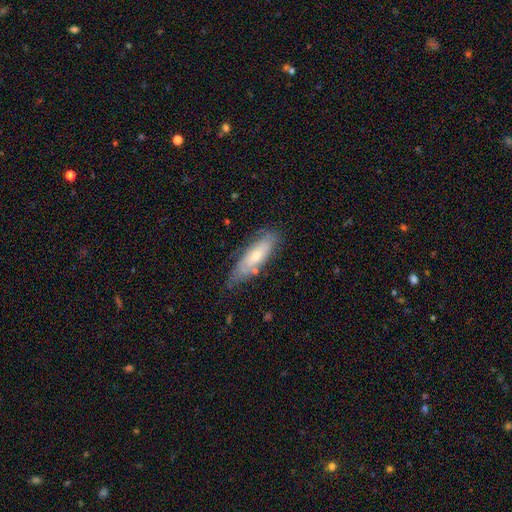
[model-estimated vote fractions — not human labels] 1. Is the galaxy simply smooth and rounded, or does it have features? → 52% smooth, 41% featured or disk, 7% star or artifact.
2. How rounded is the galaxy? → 53% in between, 45% cigar-shaped, 2% round.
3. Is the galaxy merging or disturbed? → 64% none, 27% minor disturbance, 7% major disturbance, 3% merger.